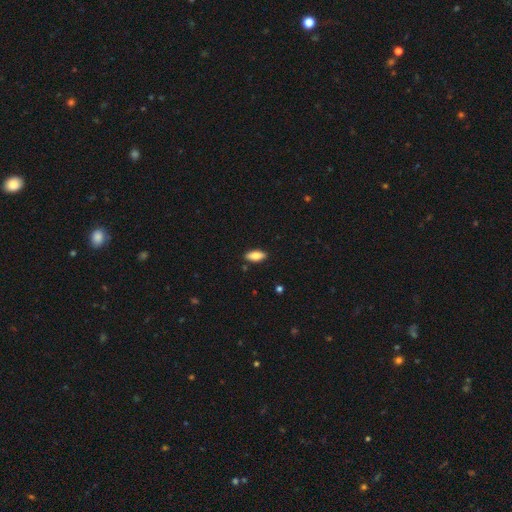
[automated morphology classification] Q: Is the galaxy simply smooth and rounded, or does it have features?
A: smooth — 82%.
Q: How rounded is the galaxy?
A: in between — 85%.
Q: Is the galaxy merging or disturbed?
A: none — 89%.